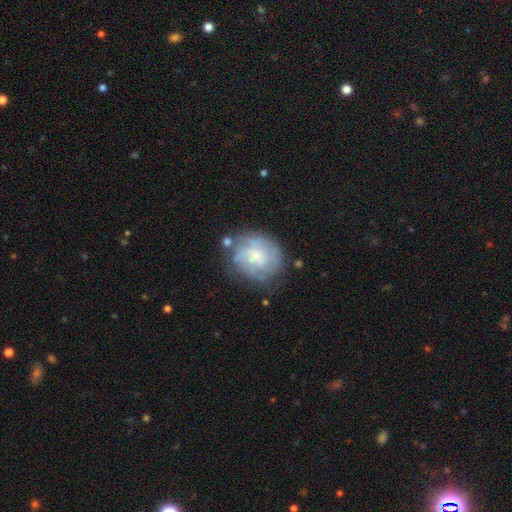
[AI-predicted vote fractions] Smooth or featured: featured or disk — 62% (smooth — 31%)
Edge-on disk: no — 98% (yes — 2%)
Bar: no — 69% (weak — 27%)
Spiral arms: yes — 78% (no — 22%)
Bulge size: small — 64% (moderate — 27%)
Merging: none — 64% (minor disturbance — 21%)